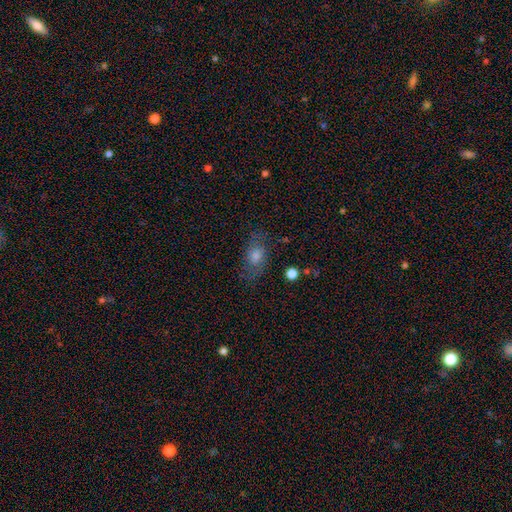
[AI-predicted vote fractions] smooth 50%, featured or disk 35%, star or artifact 15%. Down the decision tree: how rounded — in between (75%); merging — none (73%).